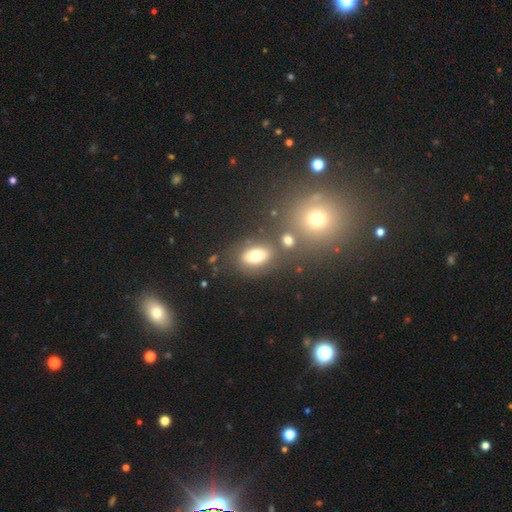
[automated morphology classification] This appears to be a smooth galaxy with no disk features (72%) that is in between round and cigar-shaped (83%). Merging: none (71%).